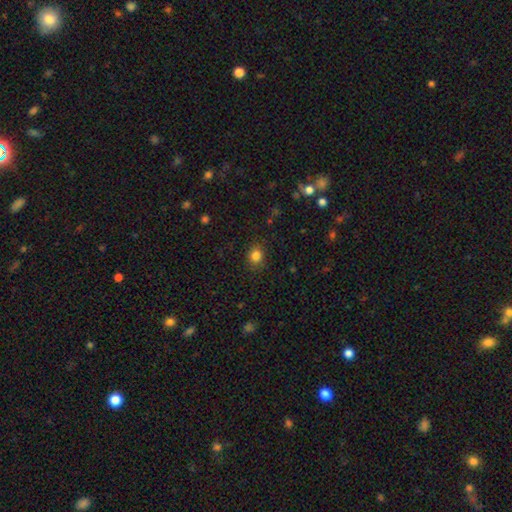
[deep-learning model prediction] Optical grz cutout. It shows a smooth galaxy with no disk features (83%) that is round (73%). Merging: none (86%).